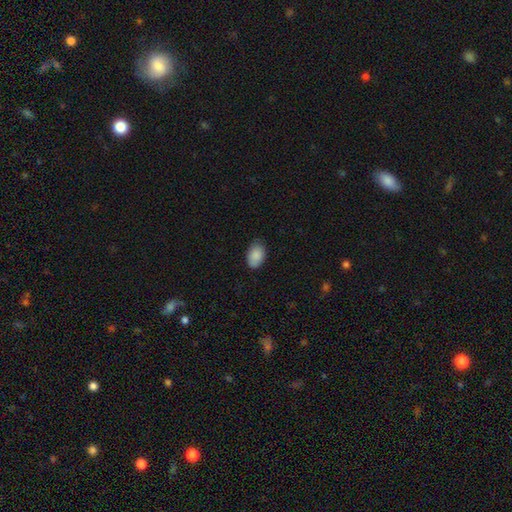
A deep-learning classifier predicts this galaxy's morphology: Overall: smooth (88%). How rounded: in between (89%). Merging: none (77%).